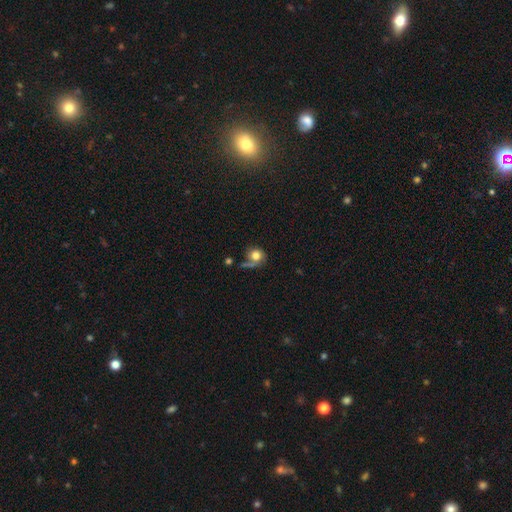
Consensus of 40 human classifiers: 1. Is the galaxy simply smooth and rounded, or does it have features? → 88% smooth, 10% featured or disk, 2% star or artifact.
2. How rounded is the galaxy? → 80% round, 17% in between, 3% cigar-shaped.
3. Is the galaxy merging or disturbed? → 64% none, 13% major disturbance, 13% merger, 10% minor disturbance.